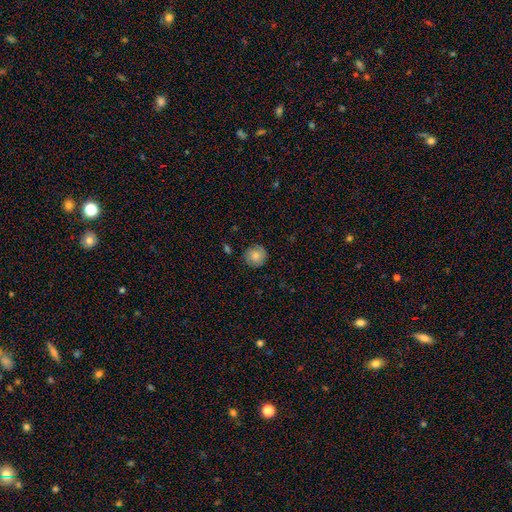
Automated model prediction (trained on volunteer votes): Q: Smooth or featured?
A: smooth (77%); runner-up: featured or disk (14%)
Q: How rounded?
A: round (92%); runner-up: in between (7%)
Q: Merging?
A: none (83%); runner-up: minor disturbance (13%)